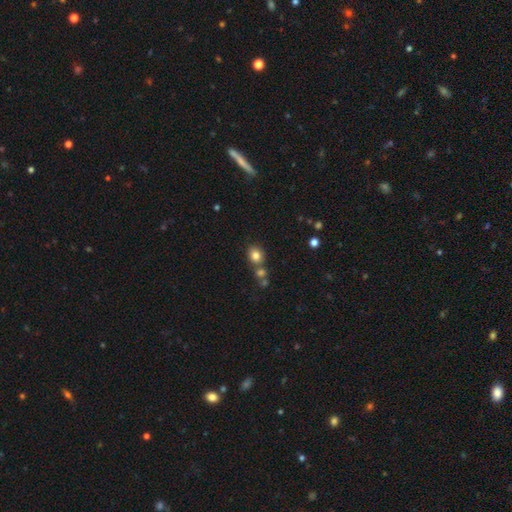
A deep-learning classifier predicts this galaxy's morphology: This is clearly a smooth galaxy (80%). How rounded: likely round (68%). Merging: likely none (62%).